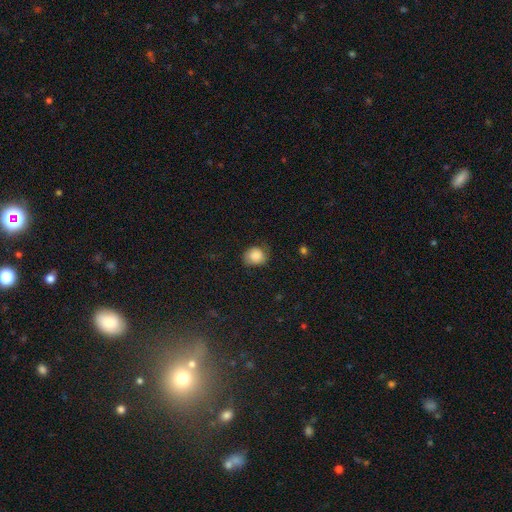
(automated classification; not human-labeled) A smooth galaxy with no disk features (80%) that is round (68%). Merging: none (65%).